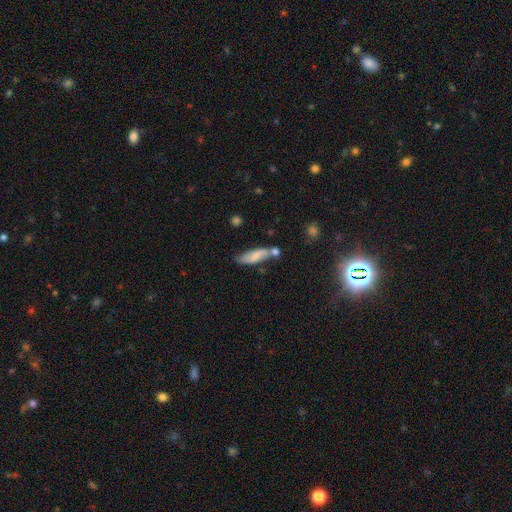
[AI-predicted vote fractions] smooth-or-featured: smooth: 59% | featured or disk: 33% | star or artifact: 7%
  how-rounded: in between: 51% | cigar-shaped: 47% | round: 3%
  merging: none: 51% | minor disturbance: 22% | merger: 20% | major disturbance: 7%